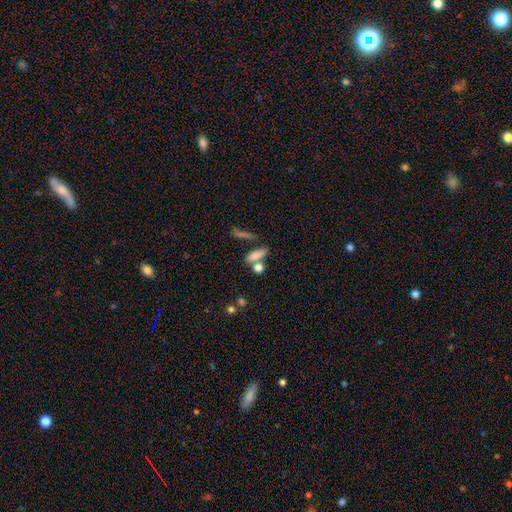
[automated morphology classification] The model was most divided on "merging": none: 49%, merger: 33%, minor disturbance: 11%, major disturbance: 7%. More confident: smooth or featured — smooth (77%); how rounded — in between (53%).